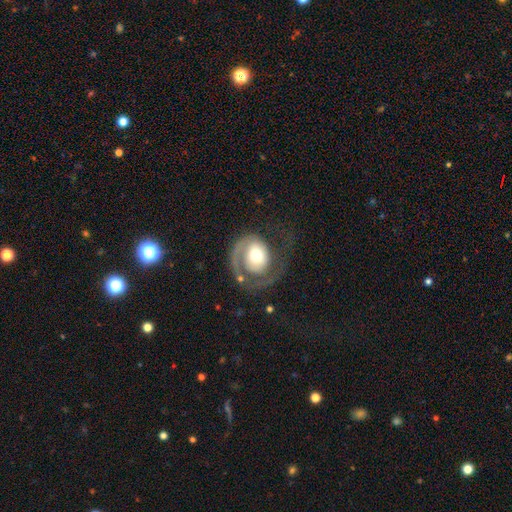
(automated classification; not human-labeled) Morphology: type=featured or disk (70%); edge-on=no (97%); bar=no (73%); spiral arms=yes (87%); winding=tight (46%); arm count=1 (78%); bulge=moderate (57%); merging=none (47%).